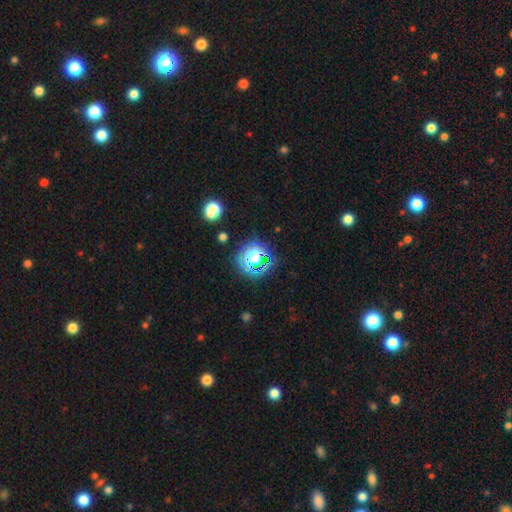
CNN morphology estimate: Smooth or featured? star or artifact (52%)